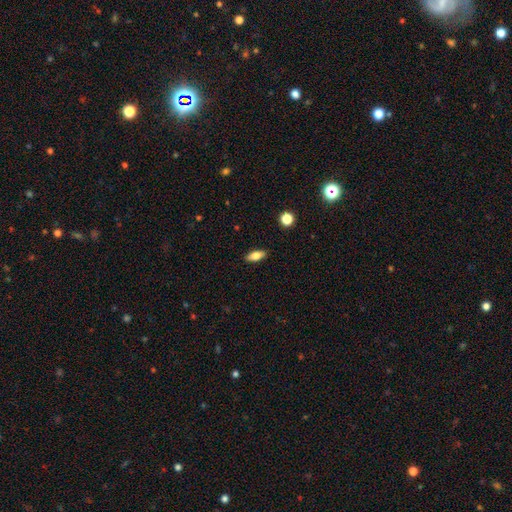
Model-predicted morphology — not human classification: This is likely a smooth galaxy (79%). How rounded: clearly in between (84%). Merging: clearly none (89%).